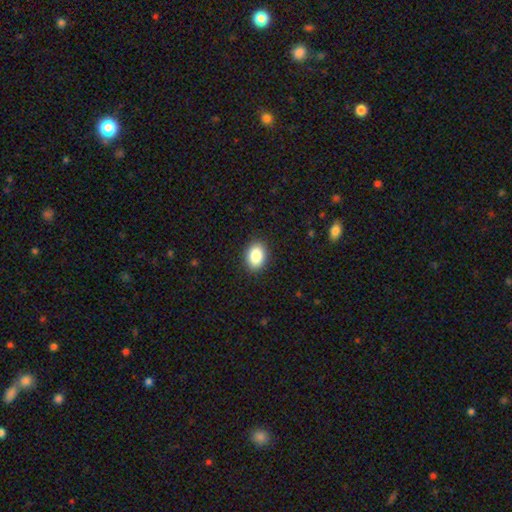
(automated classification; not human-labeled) Smooth or featured?
  - smooth: 87% *
  - star or artifact: 8%
  - featured or disk: 5%
How rounded?
  - in between: 77% *
  - round: 22%
  - cigar-shaped: 1%
Merging?
  - none: 90% *
  - minor disturbance: 7%
  - major disturbance: 2%
  - merger: 1%